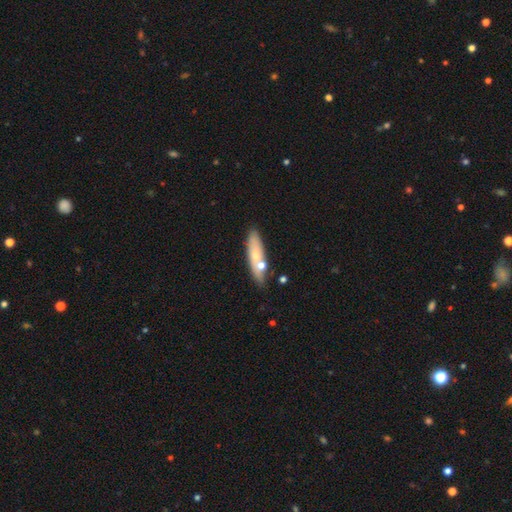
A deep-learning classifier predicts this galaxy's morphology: Q: Smooth or featured?
A: smooth (59%); runner-up: featured or disk (34%)
Q: How rounded?
A: cigar-shaped (65%); runner-up: in between (32%)
Q: Merging?
A: none (70%); runner-up: merger (14%)